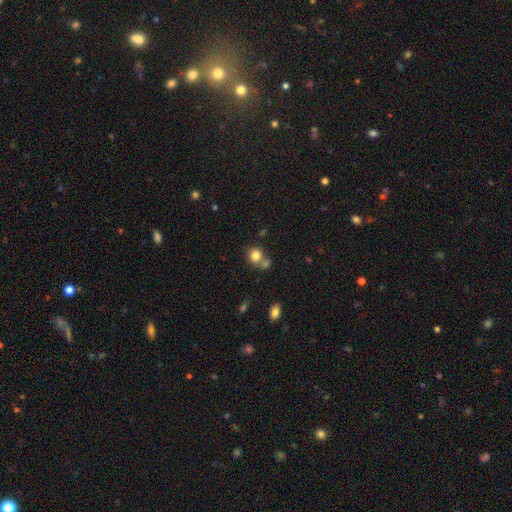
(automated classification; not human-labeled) A smooth galaxy with no disk features (81%) that is round (80%). Merging: none (53%).